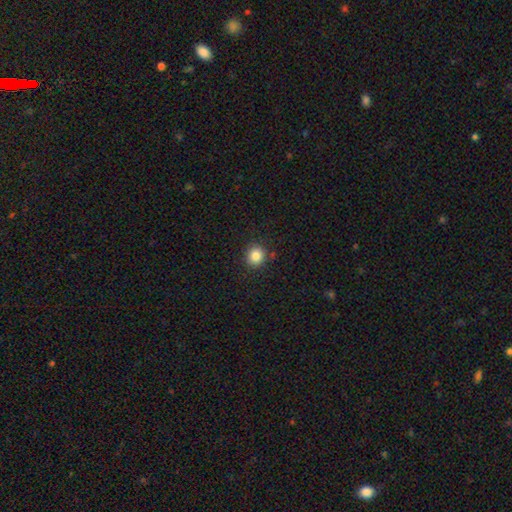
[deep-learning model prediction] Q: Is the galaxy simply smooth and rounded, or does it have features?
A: smooth — 84%.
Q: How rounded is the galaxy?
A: round — 86%.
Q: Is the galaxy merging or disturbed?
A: none — 88%.